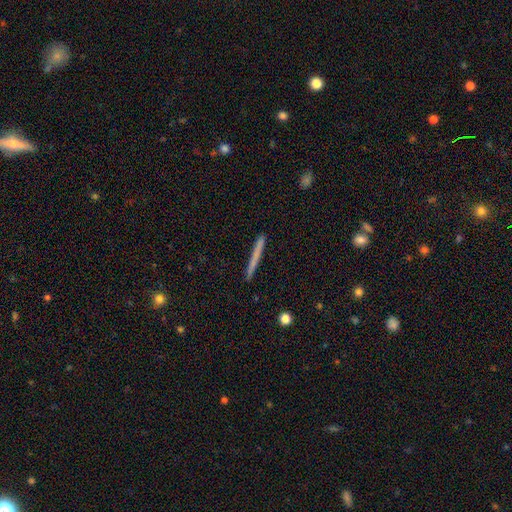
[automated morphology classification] smooth 60%, featured or disk 34%, star or artifact 6%. Down the decision tree: how rounded — cigar-shaped (97%); merging — none (91%).